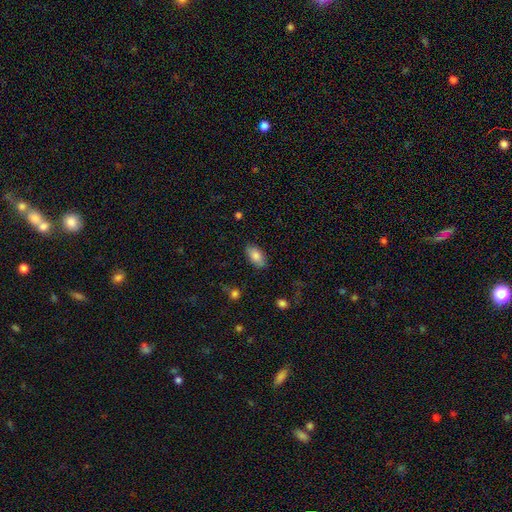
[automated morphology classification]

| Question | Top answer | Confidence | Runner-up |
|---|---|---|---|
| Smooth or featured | smooth | 84% | featured or disk (9%) |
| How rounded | in between | 93% | cigar-shaped (4%) |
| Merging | none | 84% | minor disturbance (12%) |